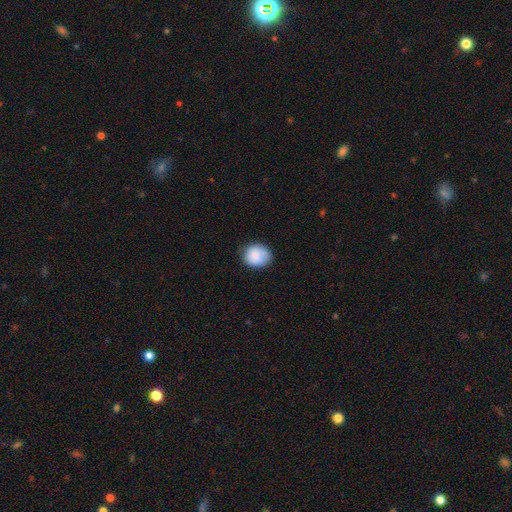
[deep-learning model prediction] A smooth galaxy with no disk features (83%) that is round (69%). Merging: none (75%).